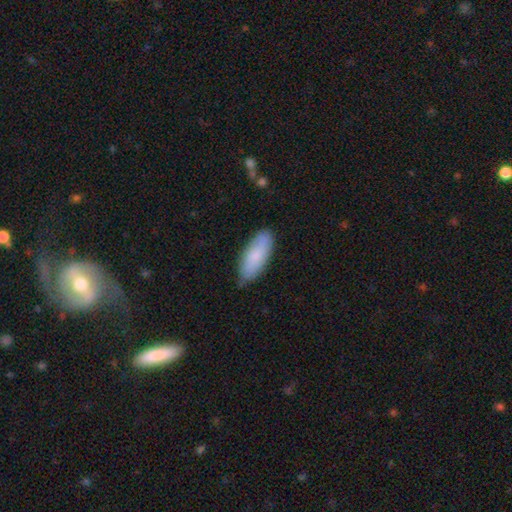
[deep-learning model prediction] Morphology: type=smooth (81%); roundness=in between (77%); merging=none (75%).